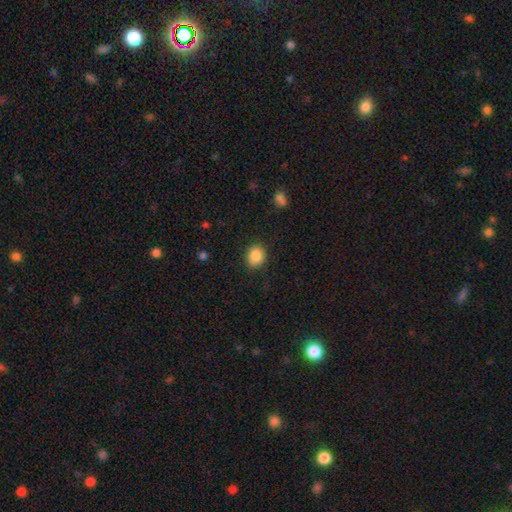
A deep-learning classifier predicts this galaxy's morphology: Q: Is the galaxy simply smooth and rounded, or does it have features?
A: smooth — 87%.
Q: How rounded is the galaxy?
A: round — 68%.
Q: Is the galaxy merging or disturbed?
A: none — 85%.